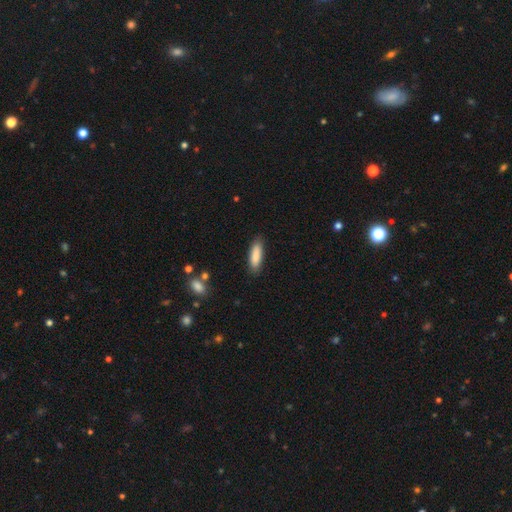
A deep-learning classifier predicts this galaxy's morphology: Smooth or featured? smooth (87%)
How rounded? cigar-shaped (50%)
Merging? none (86%)